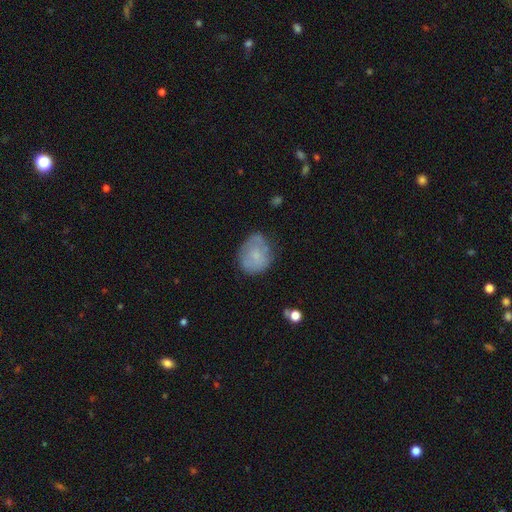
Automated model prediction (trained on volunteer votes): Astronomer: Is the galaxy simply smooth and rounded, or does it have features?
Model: smooth — 61%.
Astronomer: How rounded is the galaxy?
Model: round — 56% (runner-up: in between, 43%).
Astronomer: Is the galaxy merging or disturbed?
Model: none — 56%.